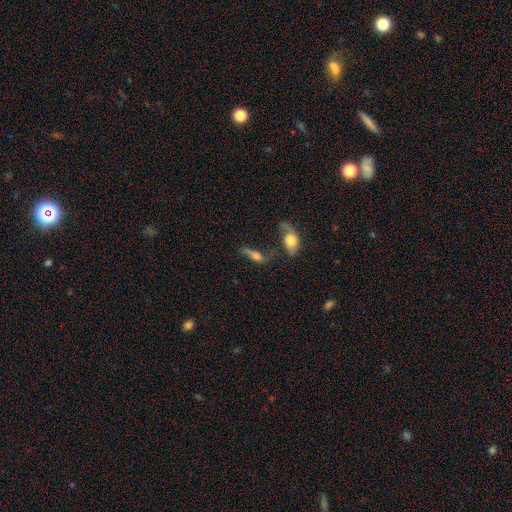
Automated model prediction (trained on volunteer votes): Smooth or featured: featured or disk — 46% (smooth — 43%)
Merging: none — 33% (merger — 30%)